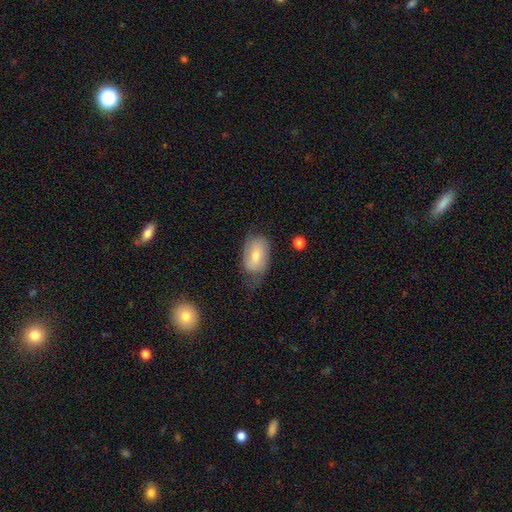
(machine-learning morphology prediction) Smooth or featured? smooth (59%)
How rounded? in between (88%)
Merging? none (50%)